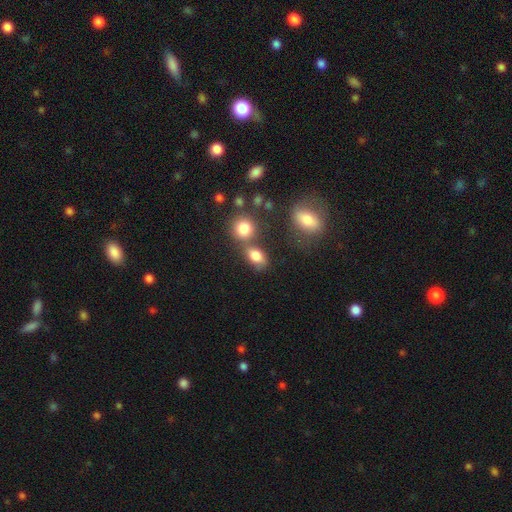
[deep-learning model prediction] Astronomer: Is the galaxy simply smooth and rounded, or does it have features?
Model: smooth — 80%.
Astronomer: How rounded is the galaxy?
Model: in between — 76%.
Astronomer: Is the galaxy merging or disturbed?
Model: none — 50% (runner-up: merger, 31%).